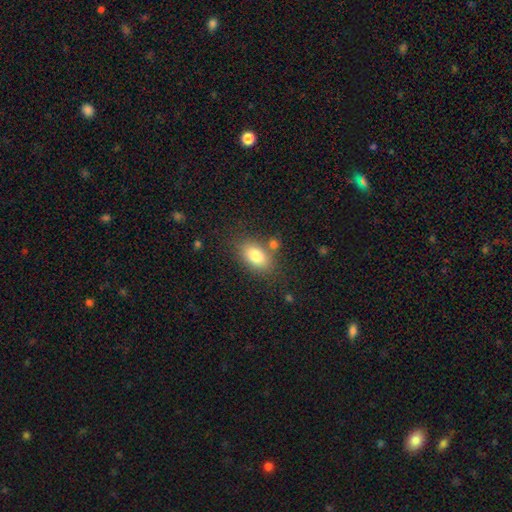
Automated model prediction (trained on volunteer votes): A smooth galaxy with no disk features (80%) that is in between round and cigar-shaped (87%). Merging: none (71%).